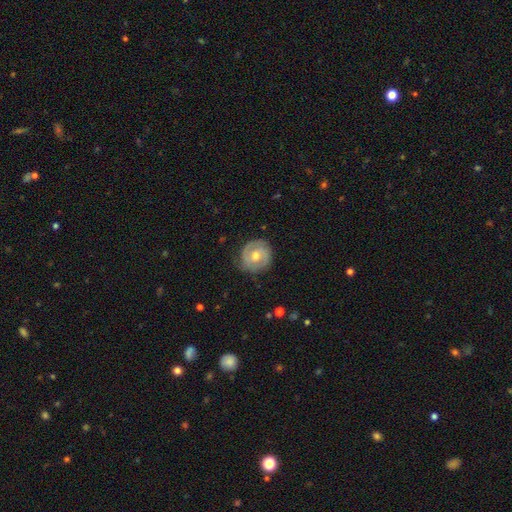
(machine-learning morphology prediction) Smooth or featured? featured or disk (74%)
Edge-on disk? no (97%)
Bar? no (55%)
Spiral arms? yes (89%)
Spiral winding? tight (59%)
Spiral arm count? 2 (73%)
Bulge size? moderate (71%)
Merging? none (81%)